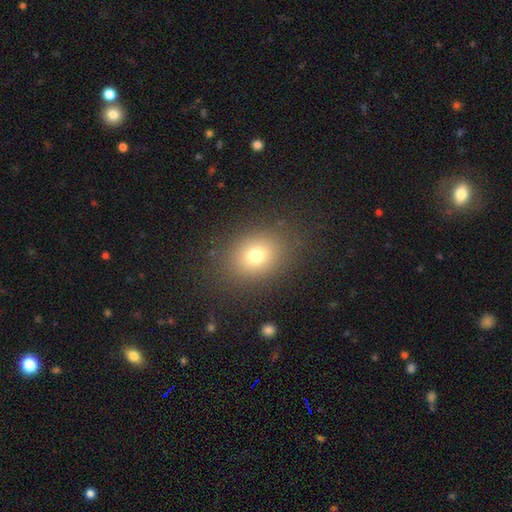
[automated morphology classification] A smooth galaxy with no disk features (75%) that is in between round and cigar-shaped (51%).

Vote fractions:
- Smooth or featured? smooth: 75% / star or artifact: 14% / featured or disk: 11%
- How rounded? in between: 51% / round: 48% / cigar-shaped: 1%
- Merging? none: 85% / minor disturbance: 9% / major disturbance: 4% / merger: 1%